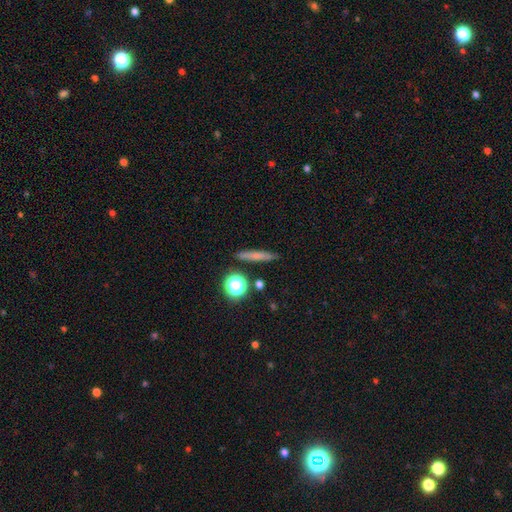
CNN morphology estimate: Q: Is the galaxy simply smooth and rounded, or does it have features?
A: smooth — 66%.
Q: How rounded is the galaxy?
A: cigar-shaped — 83%.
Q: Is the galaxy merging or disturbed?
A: none — 87%.